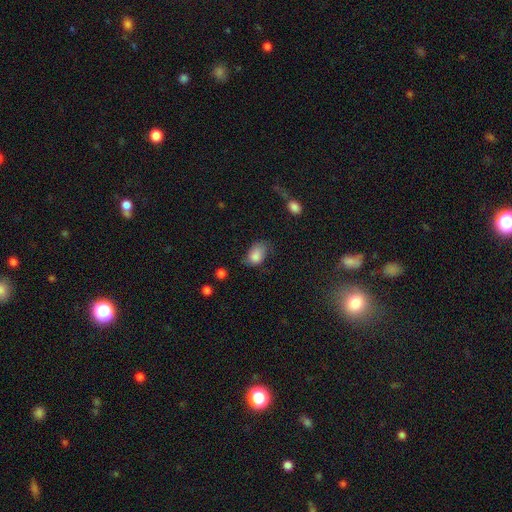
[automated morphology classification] Q: Smooth or featured?
A: smooth (83%); runner-up: featured or disk (9%)
Q: How rounded?
A: in between (85%); runner-up: round (14%)
Q: Merging?
A: none (42%); runner-up: minor disturbance (37%)